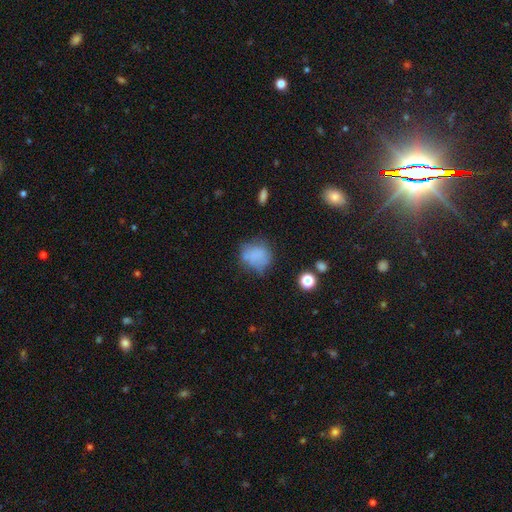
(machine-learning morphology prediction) A smooth galaxy with no disk features (70%) that is round (65%). Merging: none (51%).